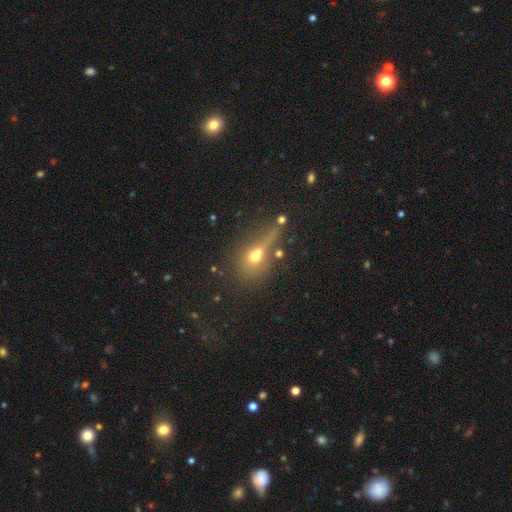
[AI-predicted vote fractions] The model was most divided on "how rounded": round: 51%, in between: 40%, cigar-shaped: 9%. Remaining: smooth or featured — smooth (57%); merging — none (37%).